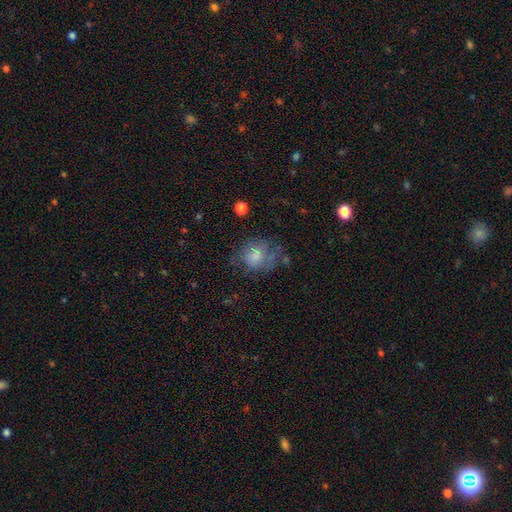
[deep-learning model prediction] Q: Smooth or featured?
A: smooth (57%); runner-up: featured or disk (31%)
Q: How rounded?
A: round (58%); runner-up: in between (41%)
Q: Merging?
A: none (43%); runner-up: major disturbance (27%)